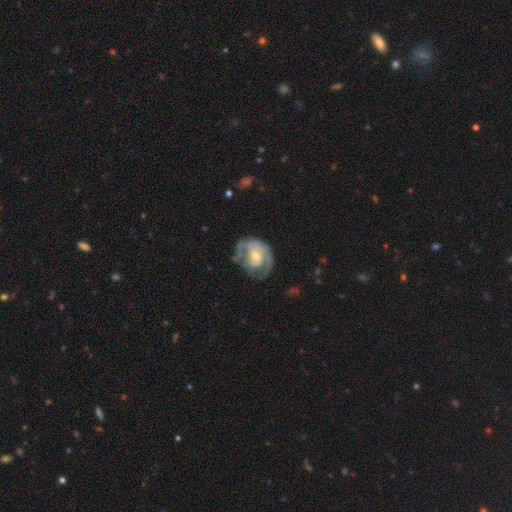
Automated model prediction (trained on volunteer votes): featured or disk 79%, smooth 15%, star or artifact 6%. Down the decision tree: edge-on disk — no (97%); bar — no (62%); spiral arms — yes (86%); spiral arm count — 2 (47%); spiral winding — tight (52%); bulge size — moderate (48%); merging — none (56%).